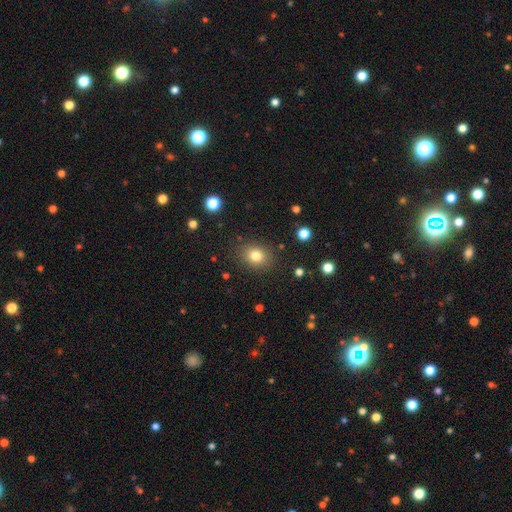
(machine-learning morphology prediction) Overall: smooth (80%). How rounded: round (58%; in between 42%). Merging: none (85%).